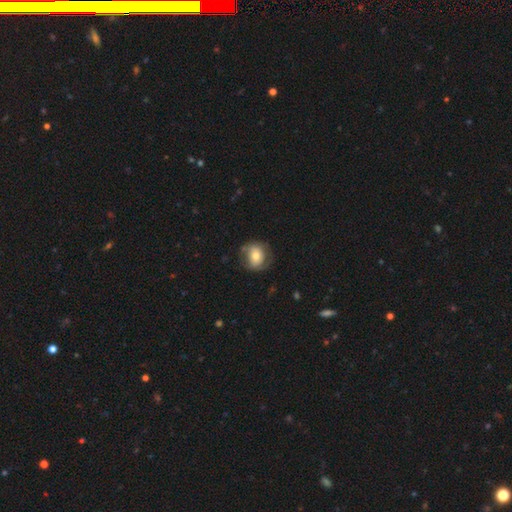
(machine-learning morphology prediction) This appears to be a smooth galaxy with no disk features (56%) that is round (63%). Merging: none (63%).